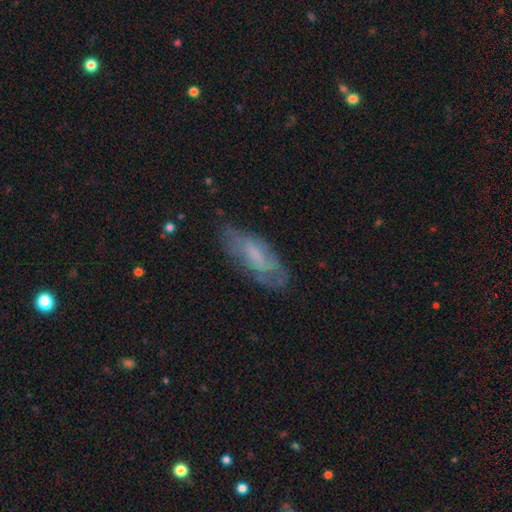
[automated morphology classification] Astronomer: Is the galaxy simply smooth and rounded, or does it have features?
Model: smooth — 47% (runner-up: featured or disk, 45%).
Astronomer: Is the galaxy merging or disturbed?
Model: none — 64%.